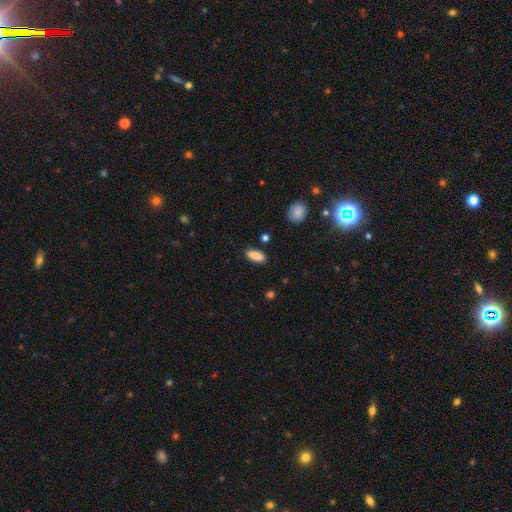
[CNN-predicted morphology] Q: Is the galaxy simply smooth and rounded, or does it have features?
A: smooth — 88%.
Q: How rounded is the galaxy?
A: in between — 75%.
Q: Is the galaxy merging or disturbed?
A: none — 86%.